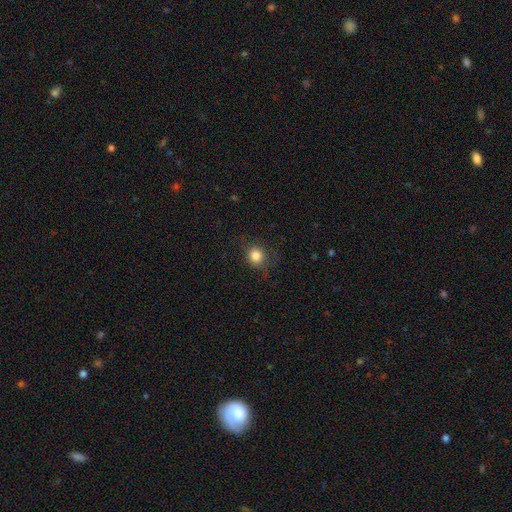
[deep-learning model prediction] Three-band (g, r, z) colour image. It shows a smooth galaxy with no disk features (84%) that is round (86%). Merging: none (81%).